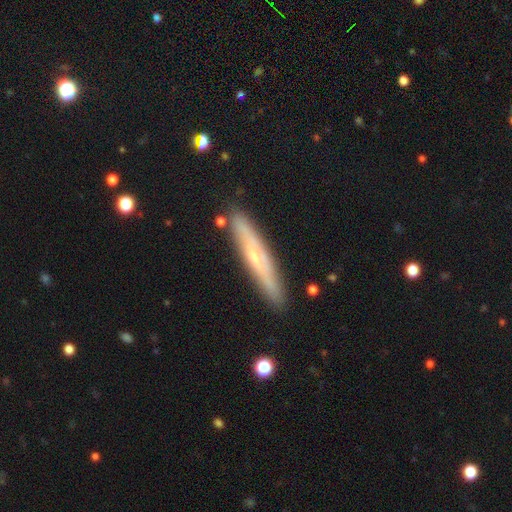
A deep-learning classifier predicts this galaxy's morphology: Q: Smooth or featured?
A: featured or disk (51%); runner-up: smooth (43%)
Q: Edge-on disk?
A: yes (83%); runner-up: no (17%)
Q: Merging?
A: none (86%); runner-up: minor disturbance (10%)